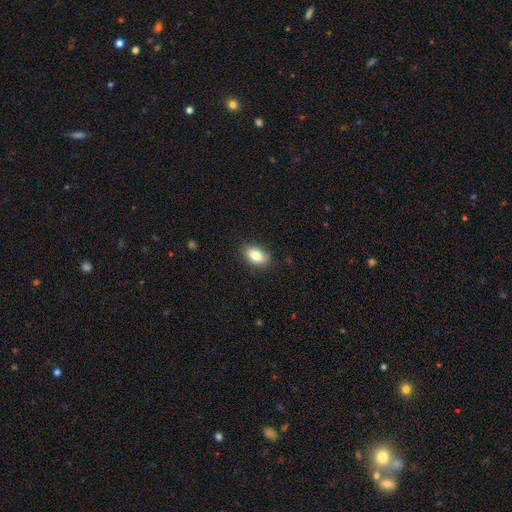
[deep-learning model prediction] Q: Smooth or featured?
A: smooth (83%); runner-up: featured or disk (9%)
Q: How rounded?
A: in between (89%); runner-up: round (8%)
Q: Merging?
A: none (85%); runner-up: minor disturbance (11%)